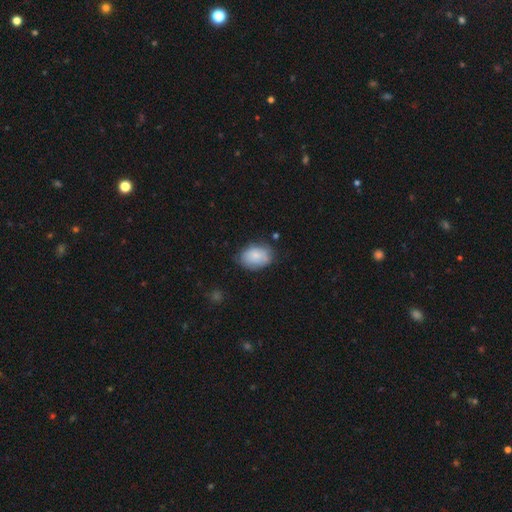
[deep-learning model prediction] A smooth galaxy with no disk features (81%) that is in between round and cigar-shaped (82%).

Vote fractions:
- Smooth or featured? smooth: 81% / featured or disk: 12% / star or artifact: 7%
- How rounded? in between: 82% / round: 17% / cigar-shaped: 1%
- Merging? none: 70% / minor disturbance: 23% / major disturbance: 5% / merger: 2%